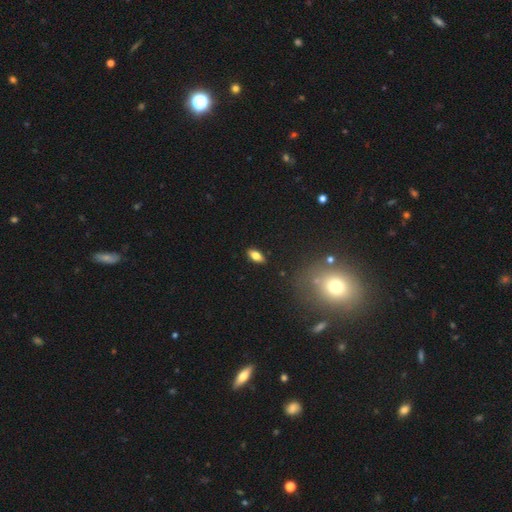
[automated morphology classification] type=smooth (73%); roundness=in between (86%); merging=none (88%).